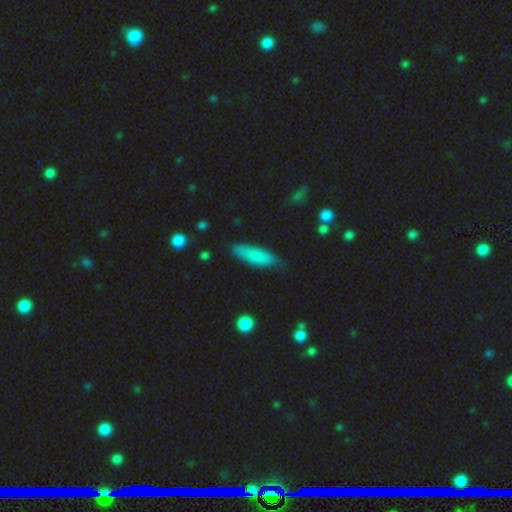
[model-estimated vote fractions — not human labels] A smooth galaxy with no disk features (81%) that is cigar-shaped (60%). Merging: none (80%).